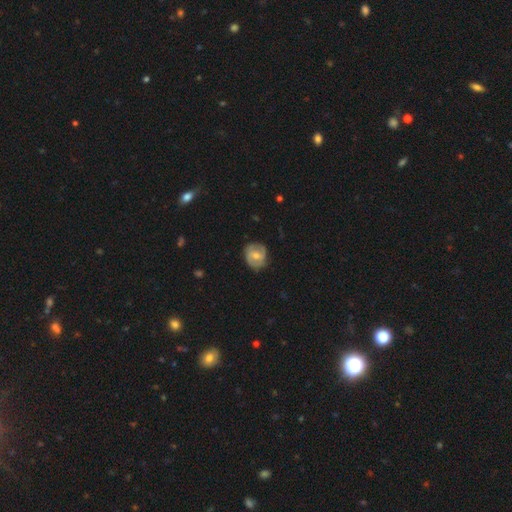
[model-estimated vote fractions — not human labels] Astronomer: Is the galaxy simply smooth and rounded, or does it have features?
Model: featured or disk — 56% (runner-up: smooth, 38%).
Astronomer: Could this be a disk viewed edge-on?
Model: no — 97%.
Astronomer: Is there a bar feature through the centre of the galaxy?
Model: weak — 47% (runner-up: no, 37%).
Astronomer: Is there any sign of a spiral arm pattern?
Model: yes — 76%.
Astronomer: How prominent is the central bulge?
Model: moderate — 57% (runner-up: small, 37%).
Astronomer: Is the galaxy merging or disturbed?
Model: none — 77%.